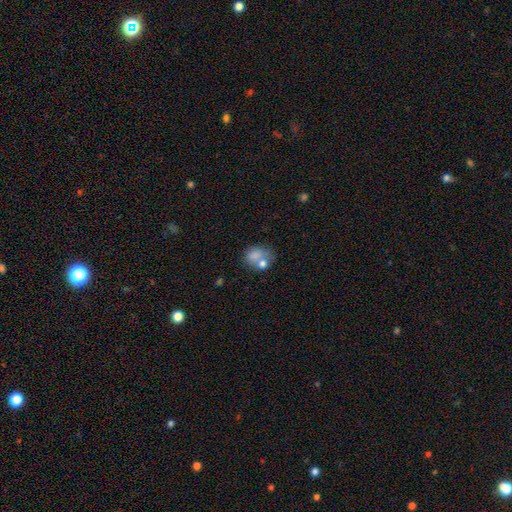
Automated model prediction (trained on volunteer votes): Smooth or featured? smooth (72%)
How rounded? round (51%)
Merging? none (38%)